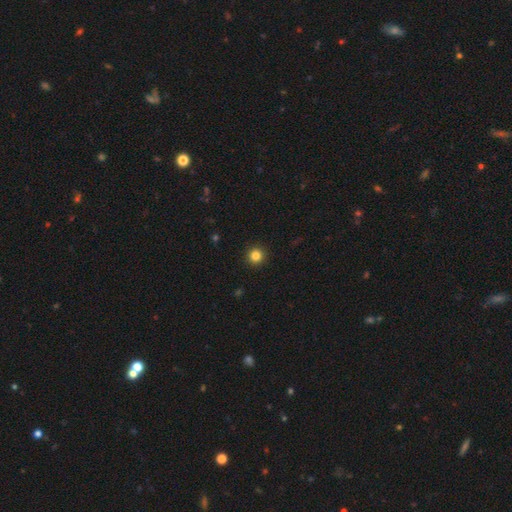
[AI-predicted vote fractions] A smooth galaxy with no disk features (83%) that is round (96%).

Vote fractions:
- Smooth or featured? smooth: 83% / star or artifact: 12% / featured or disk: 5%
- How rounded? round: 96% / in between: 3% / cigar-shaped: 1%
- Merging? none: 94% / minor disturbance: 4% / major disturbance: 2% / merger: 1%